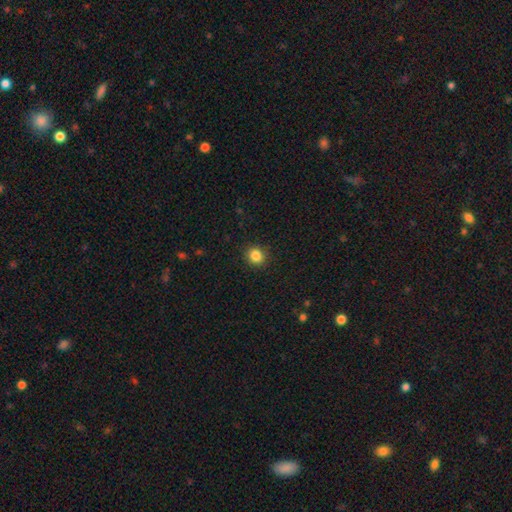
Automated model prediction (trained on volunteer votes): smooth-or-featured: smooth: 86% | star or artifact: 11% | featured or disk: 4%
  how-rounded: round: 79% | in between: 20% | cigar-shaped: 1%
  merging: none: 91% | minor disturbance: 6% | major disturbance: 2% | merger: 1%